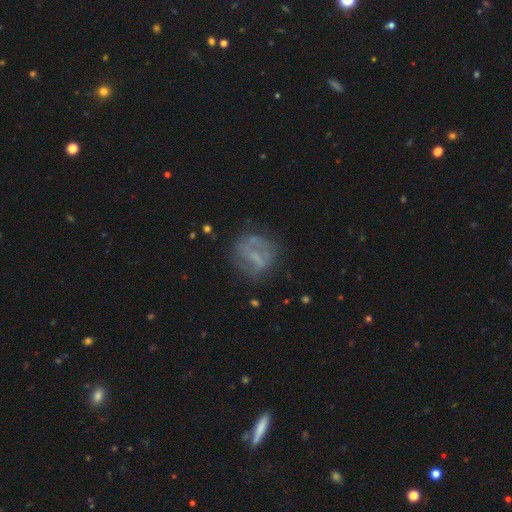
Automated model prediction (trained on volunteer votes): Overall: featured or disk (58%; smooth 30%). Edge-on disk: no (97%). Bar: no (40%; weak 38%). Spiral arms: yes (53%; no 47%). Bulge size: none (62%; small 23%). Merging: none (64%).